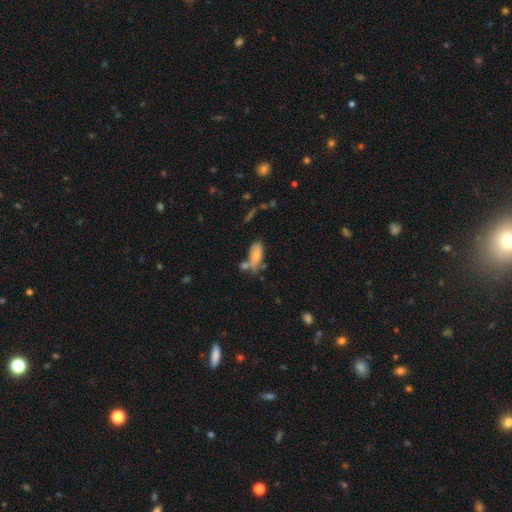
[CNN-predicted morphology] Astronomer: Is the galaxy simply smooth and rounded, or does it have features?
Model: smooth — 77%.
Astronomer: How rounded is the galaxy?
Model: in between — 80%.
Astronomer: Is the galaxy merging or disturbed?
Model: none — 45% (runner-up: merger, 26%).